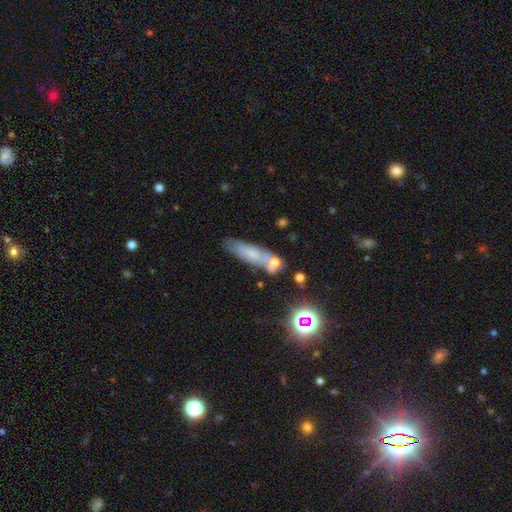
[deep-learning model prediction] smooth-or-featured: smooth: 47% | featured or disk: 31% | star or artifact: 23%
  merging: none: 63% | minor disturbance: 17% | merger: 14% | major disturbance: 6%